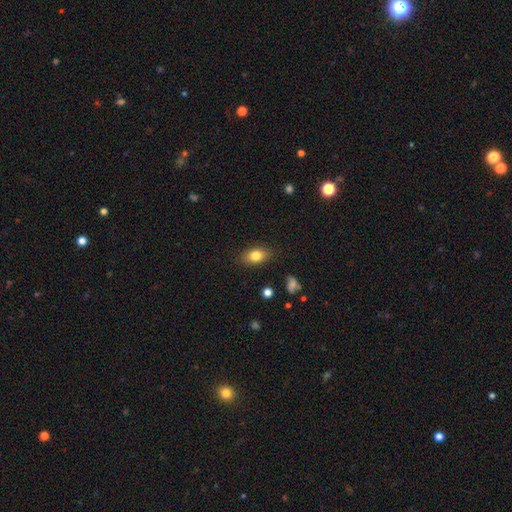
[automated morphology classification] smooth_or_featured: smooth (p=0.81) [alt: featured or disk p=0.11]
how_rounded: in between (p=0.84) [alt: round p=0.14]
merging: none (p=0.84) [alt: minor disturbance p=0.12]